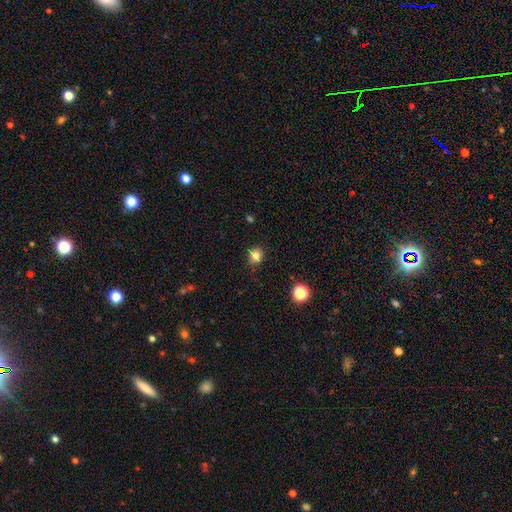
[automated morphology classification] A smooth galaxy with no disk features (81%) that is round (84%). Merging: none (82%).